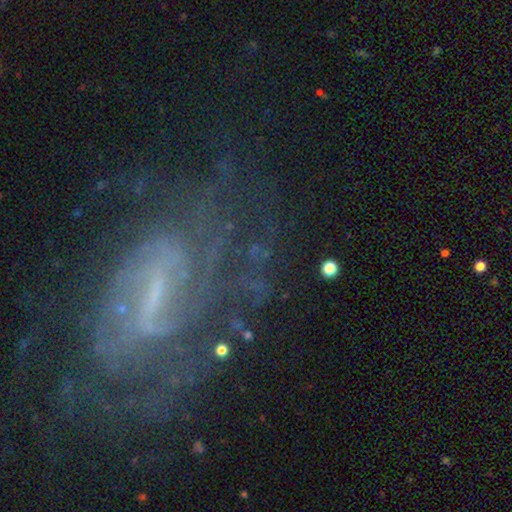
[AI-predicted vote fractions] The model was most divided on "spiral winding": medium: 40%, tight: 39%, loose: 21%. Remaining: edge-on disk — no (94%); spiral arms — yes (85%); smooth or featured — featured or disk (79%); merging — none (57%); bulge size — small (47%); bar — strong (46%); spiral arm count — 2 (38%).